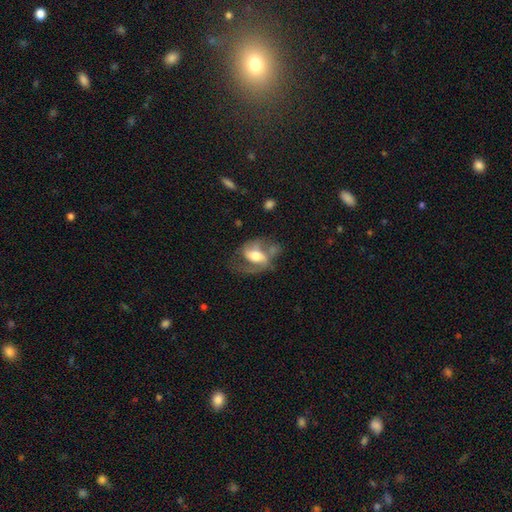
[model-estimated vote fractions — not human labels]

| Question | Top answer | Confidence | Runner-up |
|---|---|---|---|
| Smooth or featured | featured or disk | 69% | smooth (24%) |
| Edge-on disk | no | 95% | yes (5%) |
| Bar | weak | 39% | no (31%) |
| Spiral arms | yes | 82% | no (18%) |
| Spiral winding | medium | 46% | loose (37%) |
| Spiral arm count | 2 | 70% | 1 (18%) |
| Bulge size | moderate | 58% | large (25%) |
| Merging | none | 40% | major disturbance (31%) |